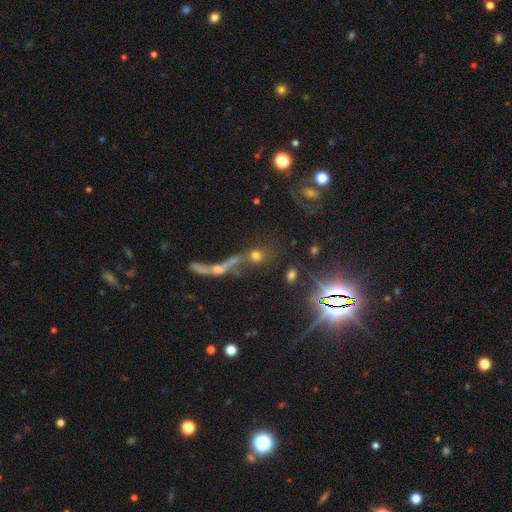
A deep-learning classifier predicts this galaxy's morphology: Smooth or featured?
  - star or artifact: 39% * (tied)
  - smooth: 39% * (tied)
  - featured or disk: 22%